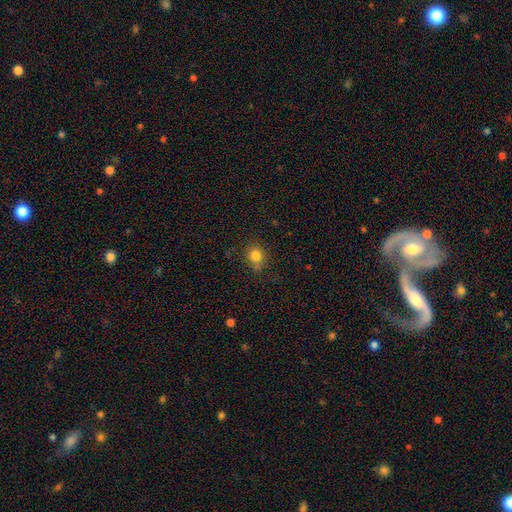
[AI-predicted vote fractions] This appears to be a smooth galaxy with no disk features (82%) that is round (82%). Merging: none (73%).